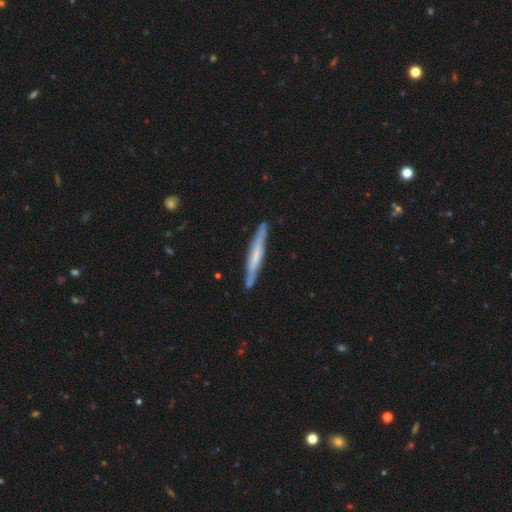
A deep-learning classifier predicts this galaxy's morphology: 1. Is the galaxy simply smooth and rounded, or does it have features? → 56% featured or disk, 38% smooth, 5% star or artifact.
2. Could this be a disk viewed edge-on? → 93% yes, 7% no.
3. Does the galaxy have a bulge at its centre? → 54% none, 28% rounded, 17% boxy.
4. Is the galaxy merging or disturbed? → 85% none, 11% minor disturbance, 2% merger, 2% major disturbance.